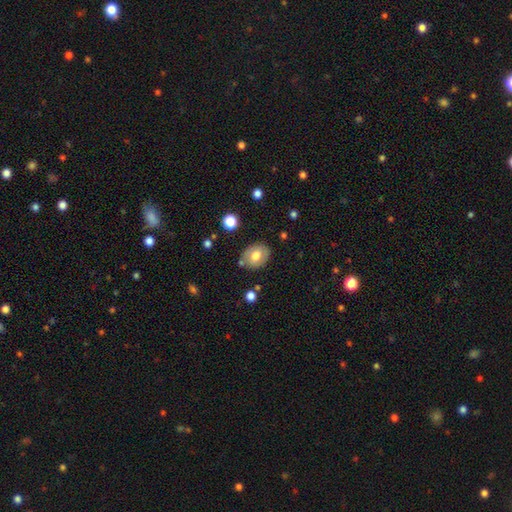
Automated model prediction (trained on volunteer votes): Morphology: type=smooth (67%); roundness=in between (65%); merging=none (77%).